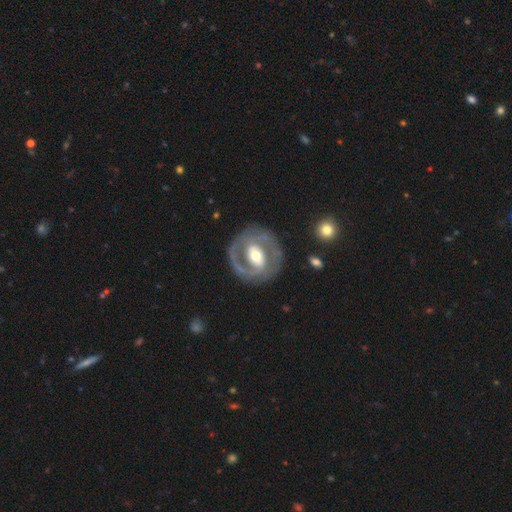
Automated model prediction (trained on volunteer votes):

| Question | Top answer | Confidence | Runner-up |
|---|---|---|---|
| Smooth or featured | featured or disk | 80% | smooth (16%) |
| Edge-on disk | no | 97% | yes (3%) |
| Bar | weak | 36% | no (35%) |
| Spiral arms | yes | 77% | no (23%) |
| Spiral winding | tight | 46% | medium (41%) |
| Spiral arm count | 2 | 76% | 1 (9%) |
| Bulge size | moderate | 65% | large (18%) |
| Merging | none | 79% | minor disturbance (12%) |